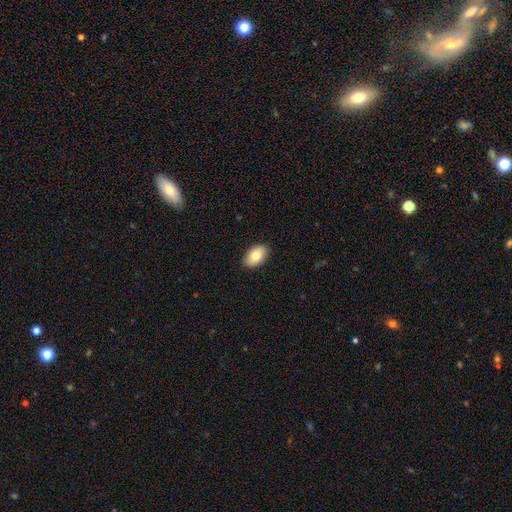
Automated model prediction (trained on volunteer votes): Smooth or featured?
  - smooth: 81% *
  - featured or disk: 12%
  - star or artifact: 7%
How rounded?
  - in between: 92% *
  - round: 7%
  - cigar-shaped: 1%
Merging?
  - none: 90% *
  - minor disturbance: 7%
  - major disturbance: 2%
  - merger: 1%